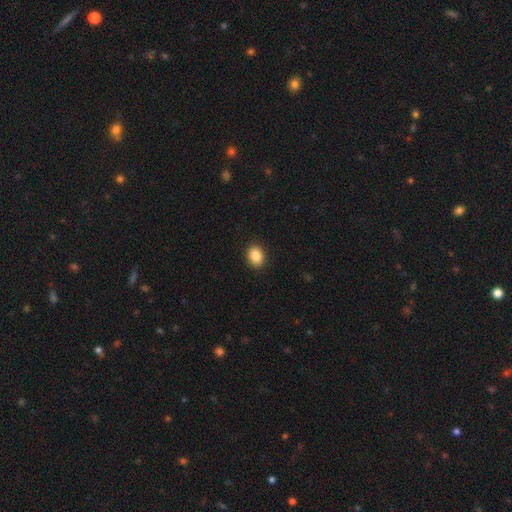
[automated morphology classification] Overall: smooth (88%). How rounded: in between (63%; round 36%). Merging: none (91%).